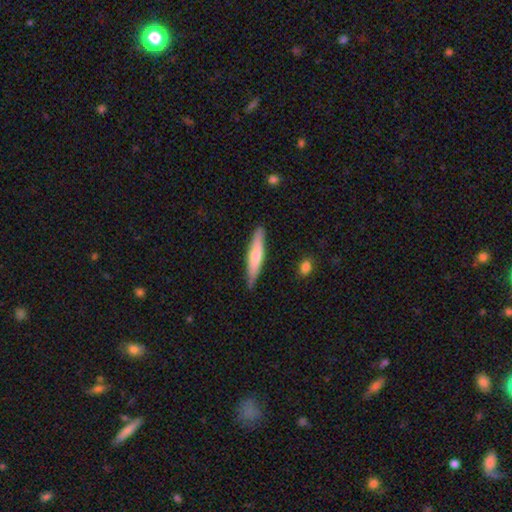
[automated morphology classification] smooth 60%, featured or disk 35%, star or artifact 5%. Down the decision tree: how rounded — cigar-shaped (88%); merging — none (84%).